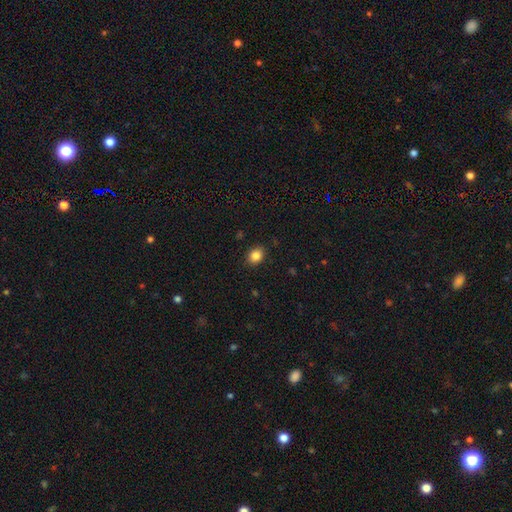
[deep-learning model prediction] This is clearly a smooth galaxy (85%). How rounded: possibly round (52%). Merging: clearly none (89%).